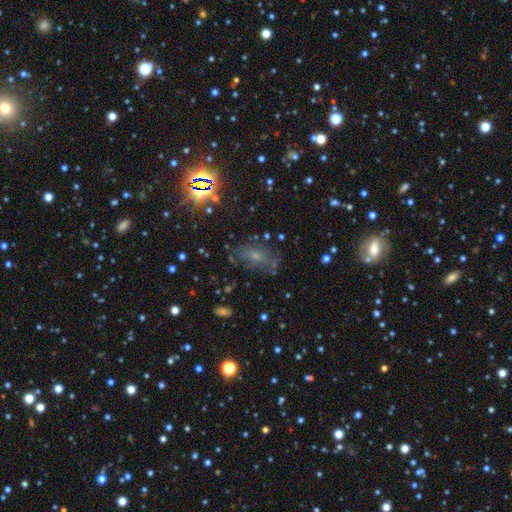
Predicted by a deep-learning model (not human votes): This appears to be a smooth galaxy with no disk features (41%). Merging: none (66%).